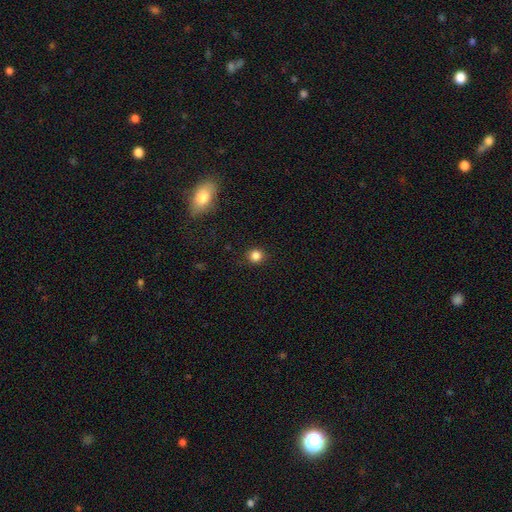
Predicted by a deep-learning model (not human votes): A smooth galaxy with no disk features (84%) that is round (91%).

Vote fractions:
- Smooth or featured? smooth: 84% / star or artifact: 12% / featured or disk: 4%
- How rounded? round: 91% / in between: 8% / cigar-shaped: 1%
- Merging? none: 90% / minor disturbance: 6% / major disturbance: 2% / merger: 1%